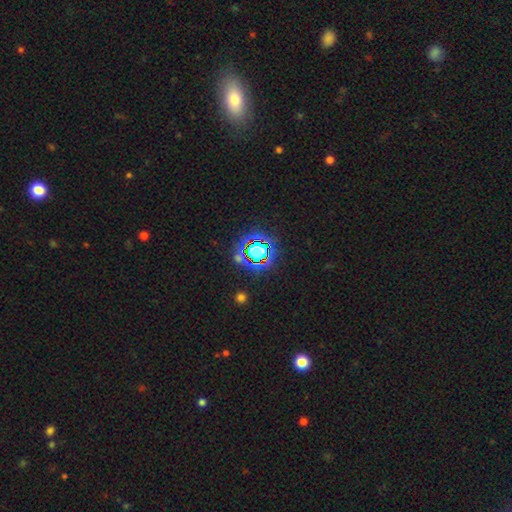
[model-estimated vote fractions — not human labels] smooth-or-featured: star or artifact: 68% | smooth: 20% | featured or disk: 12%